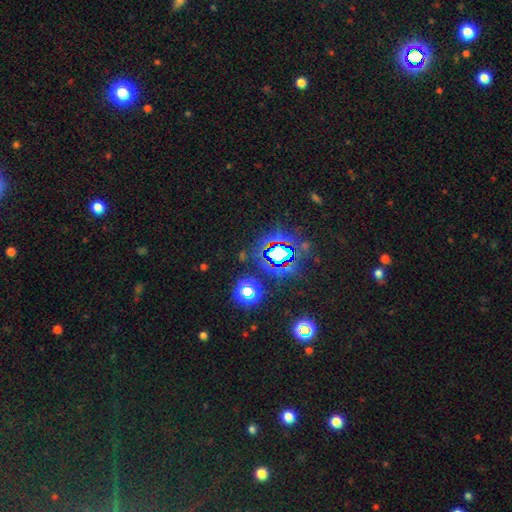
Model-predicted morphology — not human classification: type=star or artifact (80%).